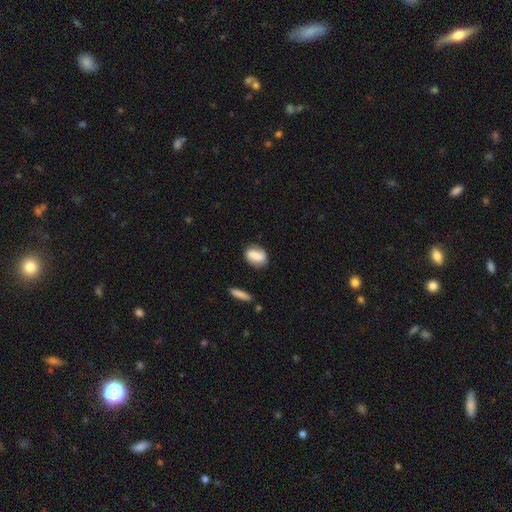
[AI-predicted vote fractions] A smooth galaxy with no disk features (67%) that is in between round and cigar-shaped (76%).

Vote fractions:
- Smooth or featured? smooth: 67% / featured or disk: 25% / star or artifact: 8%
- How rounded? in between: 76% / round: 20% / cigar-shaped: 4%
- Merging? none: 70% / minor disturbance: 21% / major disturbance: 6% / merger: 3%